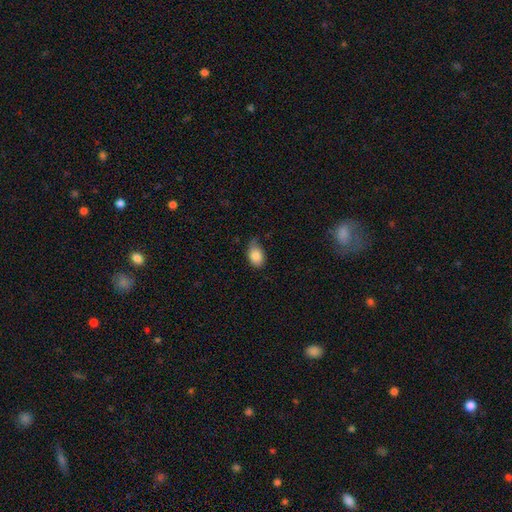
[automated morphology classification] Overall: smooth (85%). How rounded: in between (84%). Merging: none (53%; minor disturbance 37%).